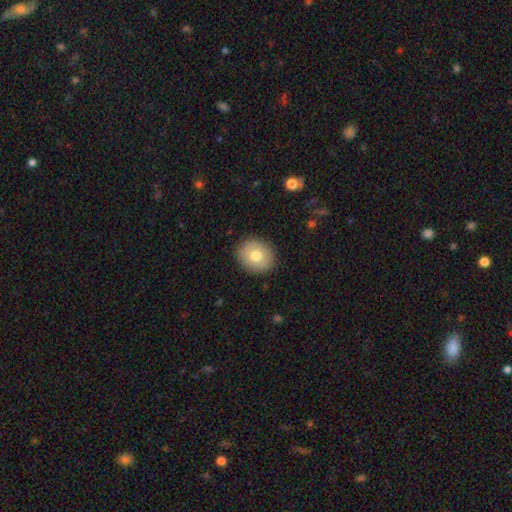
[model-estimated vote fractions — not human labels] The model was most divided on "how rounded": round: 72%, in between: 27%, cigar-shaped: 1%. More confident: merging — none (89%); smooth or featured — smooth (74%).